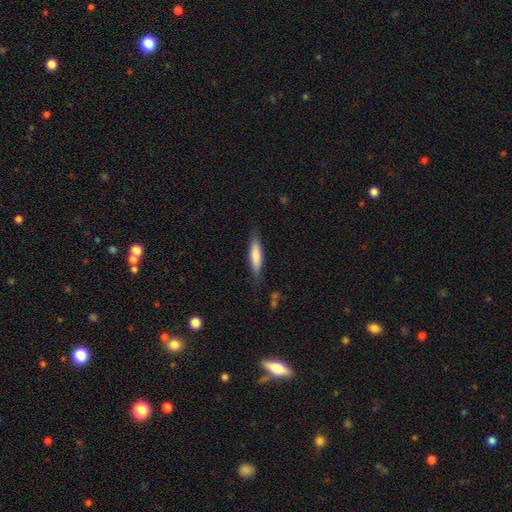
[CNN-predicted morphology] smooth-or-featured: smooth: 77% | featured or disk: 18% | star or artifact: 6%
  how-rounded: cigar-shaped: 79% | in between: 20% | round: 1%
  merging: none: 81% | minor disturbance: 14% | major disturbance: 3% | merger: 2%